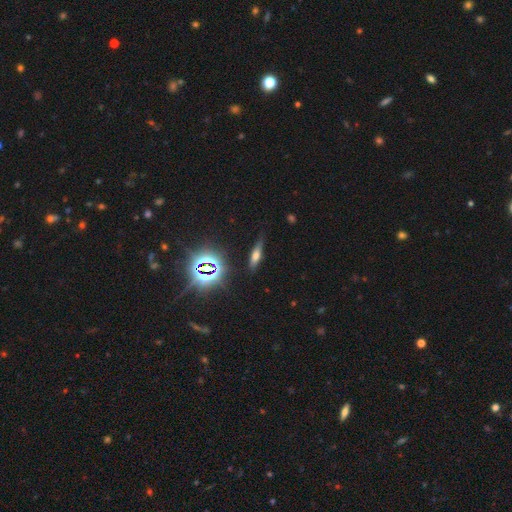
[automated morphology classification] This is possibly a smooth galaxy (49%). Merging: clearly none (80%).